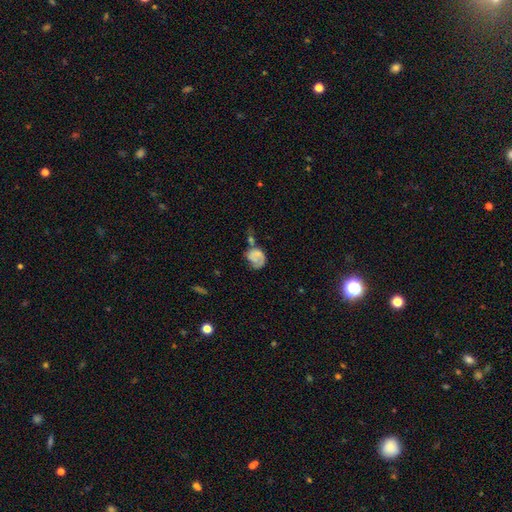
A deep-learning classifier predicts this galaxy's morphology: smooth_or_featured: smooth (p=0.49) [alt: featured or disk p=0.41]
merging: major disturbance (p=0.28) [alt: none p=0.25]